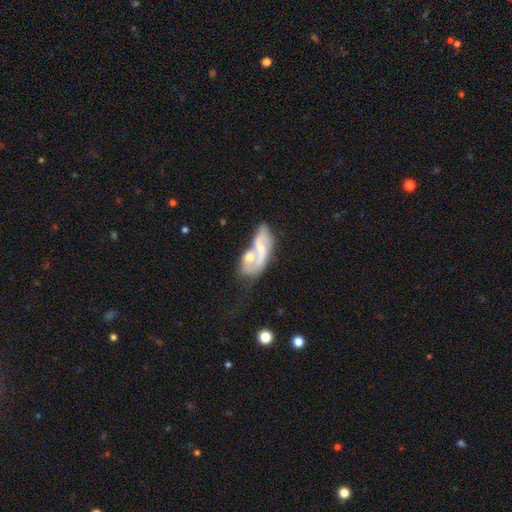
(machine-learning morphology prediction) Q: Smooth or featured?
A: featured or disk (65%); runner-up: smooth (28%)
Q: Edge-on disk?
A: no (92%); runner-up: yes (8%)
Q: Bar?
A: no (53%); runner-up: weak (35%)
Q: Spiral arms?
A: yes (71%); runner-up: no (29%)
Q: Bulge size?
A: small (41%); runner-up: moderate (37%)
Q: Merging?
A: merger (43%); runner-up: none (25%)